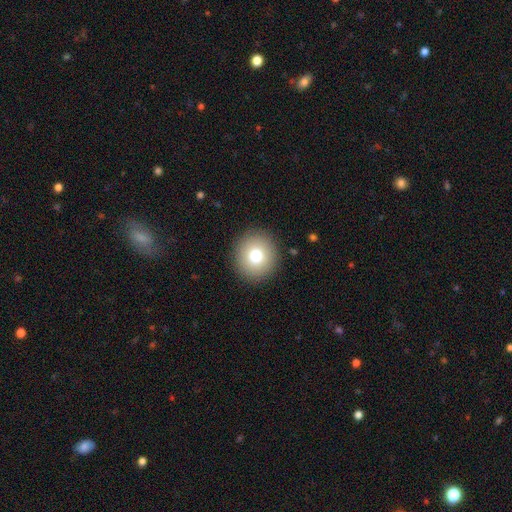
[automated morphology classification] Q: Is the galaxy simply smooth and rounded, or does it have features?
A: smooth — 77%.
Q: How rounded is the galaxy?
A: round — 91%.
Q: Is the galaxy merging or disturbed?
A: none — 91%.